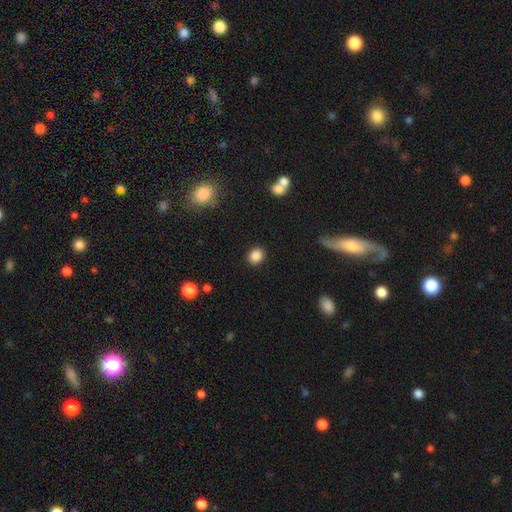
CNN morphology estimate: smooth_or_featured: smooth (p=0.87) [alt: star or artifact p=0.10]
how_rounded: round (p=0.65) [alt: in between p=0.34]
merging: none (p=0.90) [alt: minor disturbance p=0.07]